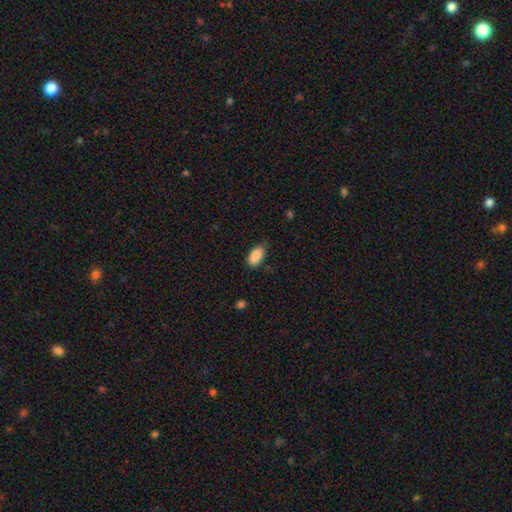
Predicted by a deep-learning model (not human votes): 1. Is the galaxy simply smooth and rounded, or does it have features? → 88% smooth, 7% star or artifact, 5% featured or disk.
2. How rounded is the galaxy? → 94% in between, 3% round, 2% cigar-shaped.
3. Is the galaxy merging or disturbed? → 76% none, 19% minor disturbance, 3% major disturbance, 1% merger.